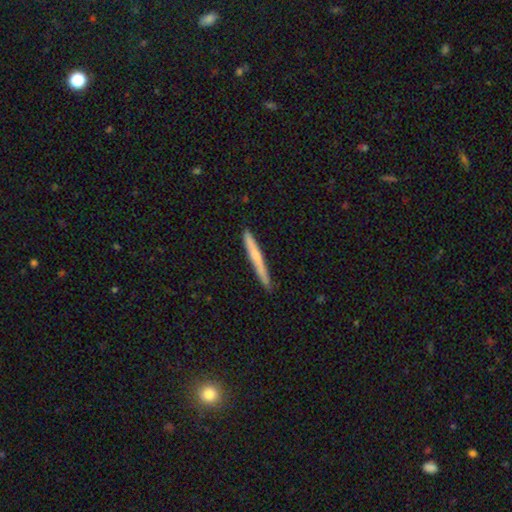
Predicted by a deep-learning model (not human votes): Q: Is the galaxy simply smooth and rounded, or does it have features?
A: smooth — 59%.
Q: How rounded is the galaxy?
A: cigar-shaped — 97%.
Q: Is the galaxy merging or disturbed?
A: none — 86%.